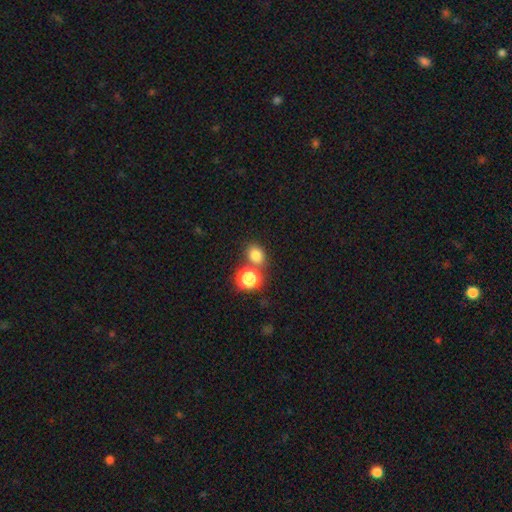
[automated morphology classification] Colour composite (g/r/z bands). It shows a smooth galaxy with no disk features (76%) that is round (60%). Merging: none (68%).